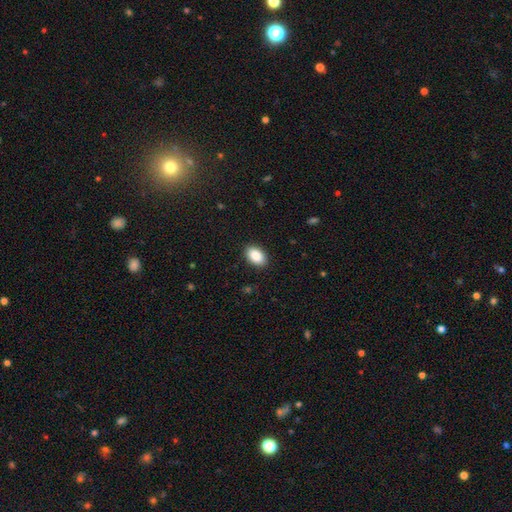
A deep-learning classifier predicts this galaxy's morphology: Smooth or featured?
  - smooth: 89% *
  - star or artifact: 7%
  - featured or disk: 4%
How rounded?
  - in between: 90% *
  - round: 8%
  - cigar-shaped: 1%
Merging?
  - none: 89% *
  - minor disturbance: 8%
  - major disturbance: 2%
  - merger: 1%